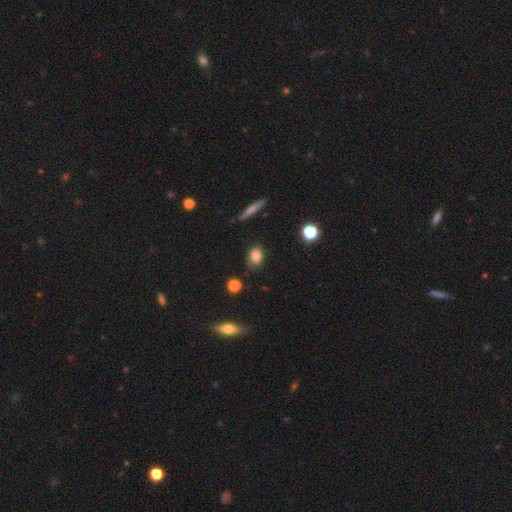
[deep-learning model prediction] Smooth or featured? Predicted: smooth (p=0.82). How rounded? Predicted: in between (p=0.63). Merging? Predicted: none (p=0.74).